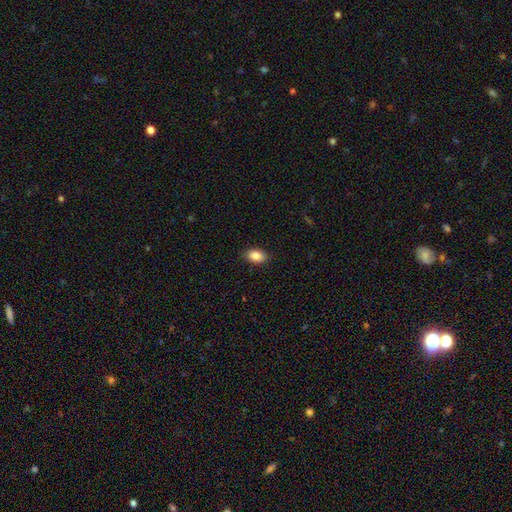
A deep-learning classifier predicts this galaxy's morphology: Smooth or featured: smooth — 88% (star or artifact — 8%)
How rounded: in between — 87% (round — 11%)
Merging: none — 88% (minor disturbance — 9%)